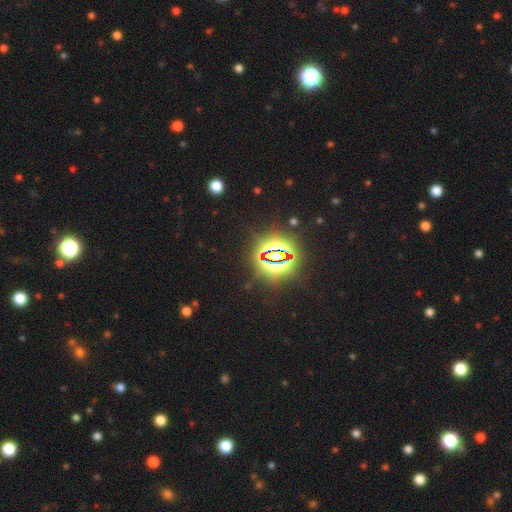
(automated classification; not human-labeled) Overall: star or artifact (84%).